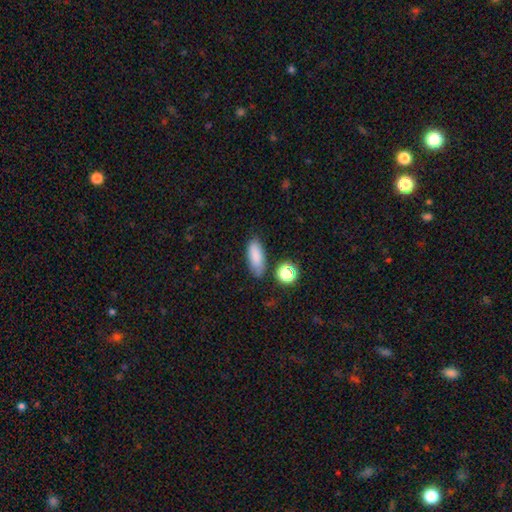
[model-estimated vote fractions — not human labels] Smooth or featured?
  - smooth: 84% *
  - star or artifact: 9%
  - featured or disk: 7%
How rounded?
  - in between: 77% *
  - cigar-shaped: 19%
  - round: 4%
Merging?
  - none: 77% *
  - minor disturbance: 15%
  - merger: 4%
  - major disturbance: 4%